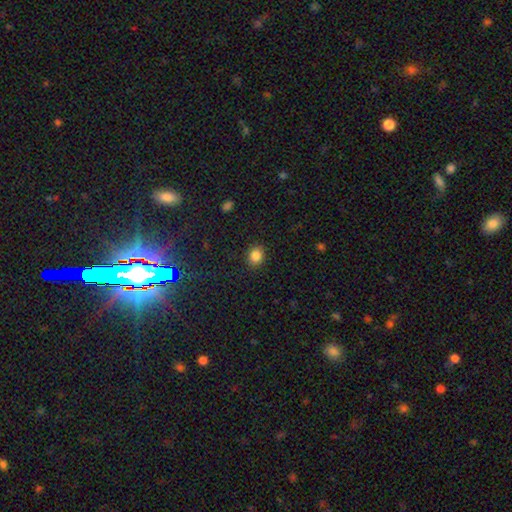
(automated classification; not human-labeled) The model was most divided on "how rounded": round: 68%, in between: 32%, cigar-shaped: 1%. More confident: merging — none (89%); smooth or featured — smooth (85%).